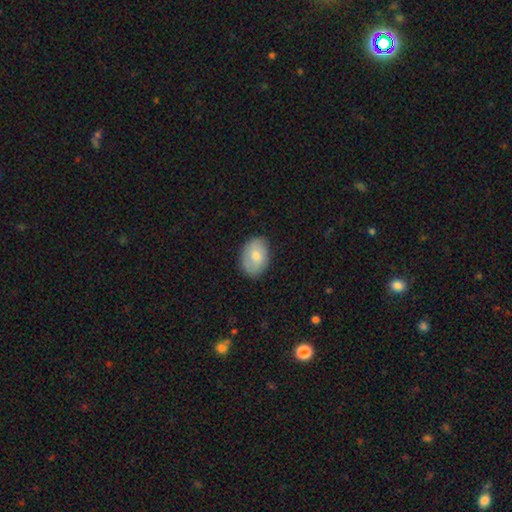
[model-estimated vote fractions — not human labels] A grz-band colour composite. It shows a smooth galaxy with no disk features (74%) that is in between round and cigar-shaped (81%). Merging: none (81%).